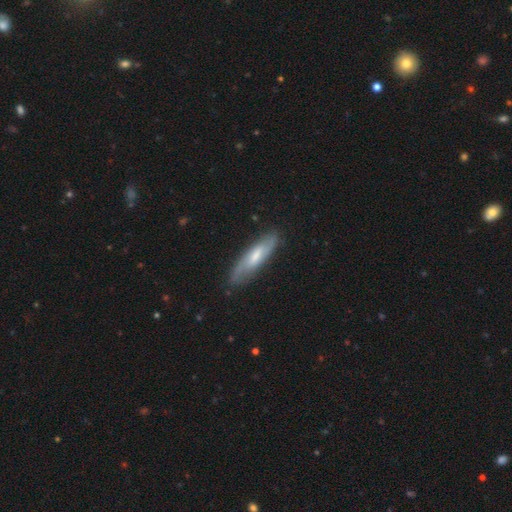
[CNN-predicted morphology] smooth-or-featured: featured or disk: 51% | smooth: 43% | star or artifact: 6%
  disk-edge-on: no: 57% | yes: 43%
  merging: none: 81% | minor disturbance: 15% | major disturbance: 3% | merger: 1%